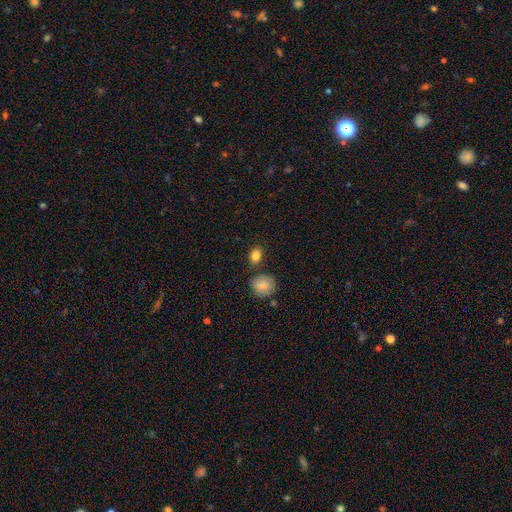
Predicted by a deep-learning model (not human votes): Smooth or featured: smooth — 85% (star or artifact — 10%)
How rounded: in between — 62% (round — 36%)
Merging: none — 77% (minor disturbance — 11%)